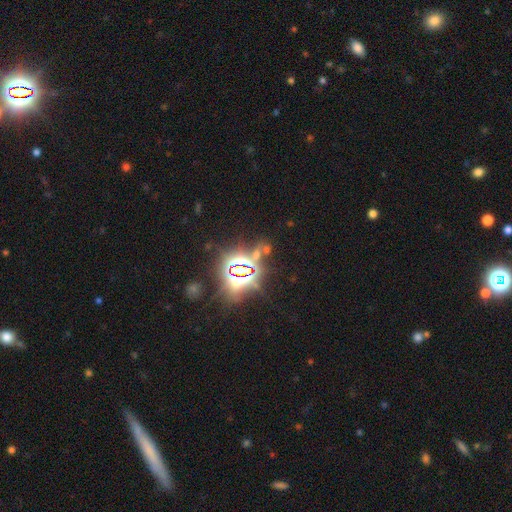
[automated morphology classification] Smooth or featured? Predicted: star or artifact (p=0.81).